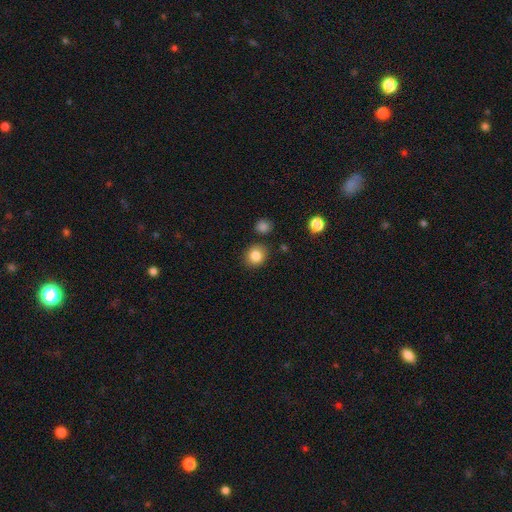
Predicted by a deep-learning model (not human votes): This appears to be a smooth galaxy with no disk features (85%) that is round (77%). Merging: none (85%).